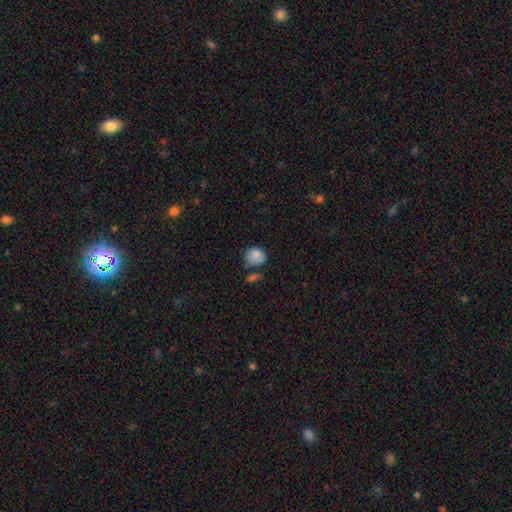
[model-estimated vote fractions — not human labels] A smooth galaxy with no disk features (85%) that is round (58%). Merging: none (52%).